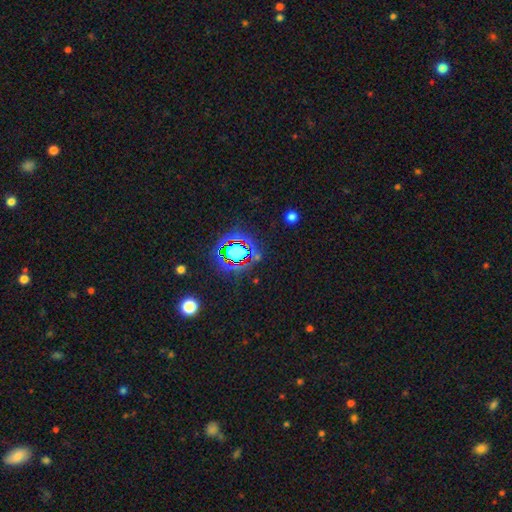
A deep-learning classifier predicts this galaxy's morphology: type=star or artifact (76%).